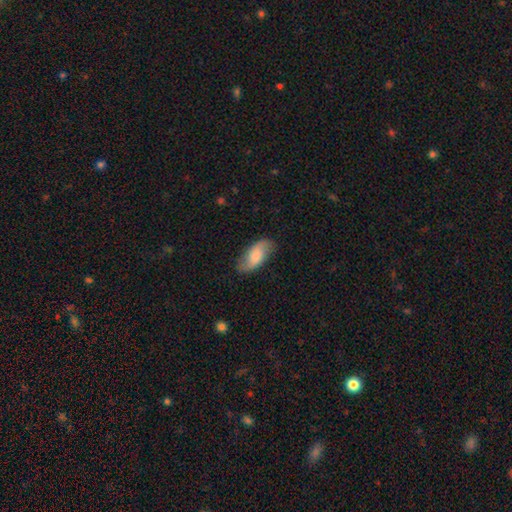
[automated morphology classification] A smooth galaxy with no disk features (61%) that is in between round and cigar-shaped (89%).

Vote fractions:
- Smooth or featured? smooth: 61% / featured or disk: 33% / star or artifact: 6%
- How rounded? in between: 89% / cigar-shaped: 8% / round: 3%
- Merging? none: 79% / minor disturbance: 16% / major disturbance: 4% / merger: 1%